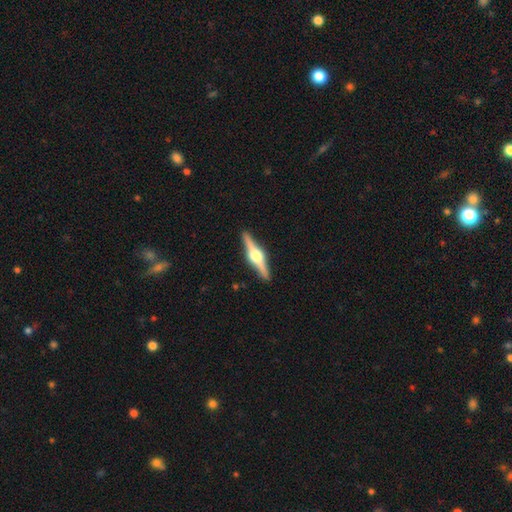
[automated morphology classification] This appears to be a featured or disk galaxy (83%) viewed edge-on (98%) with a rounded central bulge (94%). Merging: none (91%).